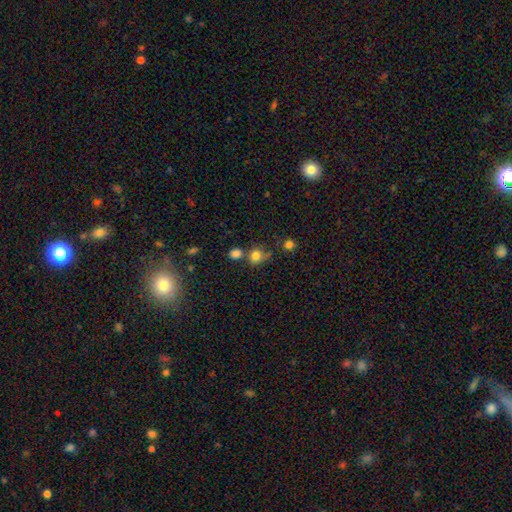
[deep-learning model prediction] The model was most divided on "merging": none: 56%, minor disturbance: 18%, merger: 18%, major disturbance: 8%. More confident: how rounded — round (81%); smooth or featured — smooth (80%).